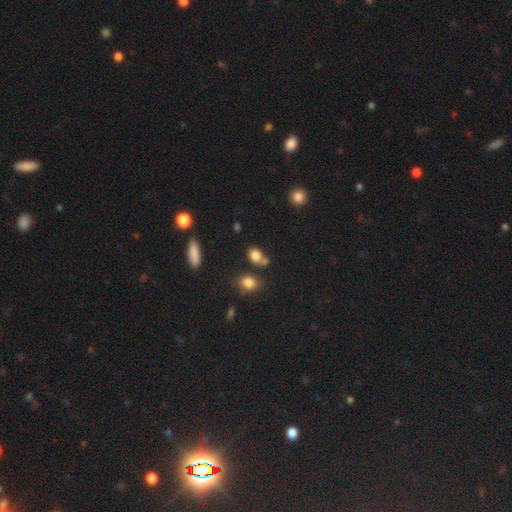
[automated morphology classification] smooth_or_featured: smooth (p=0.80) [alt: star or artifact p=0.13]
how_rounded: in between (p=0.55) [alt: round p=0.43]
merging: none (p=0.53) [alt: merger p=0.29]